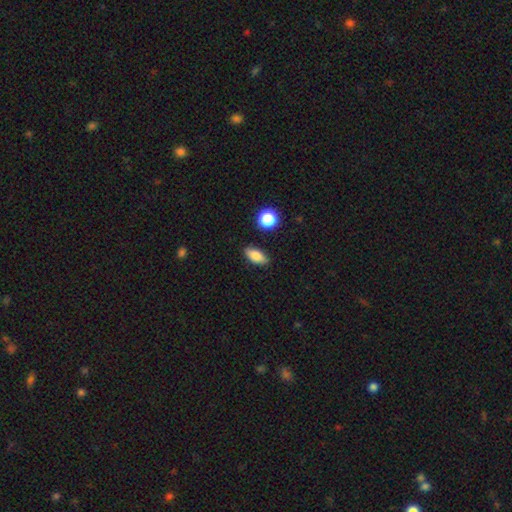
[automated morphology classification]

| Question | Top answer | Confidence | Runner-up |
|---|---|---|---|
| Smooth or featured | smooth | 82% | featured or disk (10%) |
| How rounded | in between | 83% | cigar-shaped (11%) |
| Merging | none | 84% | minor disturbance (11%) |